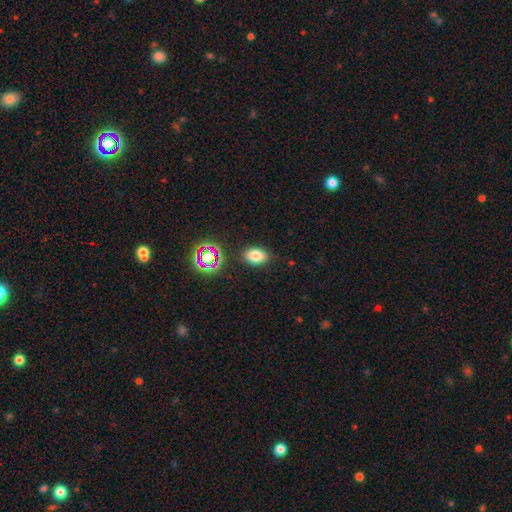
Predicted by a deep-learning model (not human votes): Morphology: type=smooth (77%); roundness=in between (78%); merging=none (84%).